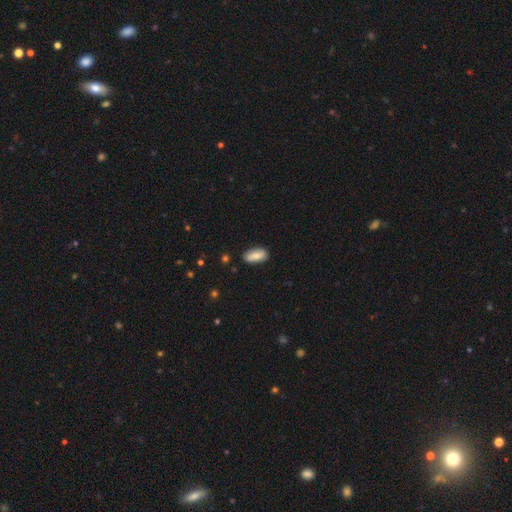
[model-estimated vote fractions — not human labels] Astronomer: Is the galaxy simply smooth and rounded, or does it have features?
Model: smooth — 75%.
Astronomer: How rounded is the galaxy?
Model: in between — 89%.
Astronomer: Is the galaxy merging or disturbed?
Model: none — 82%.